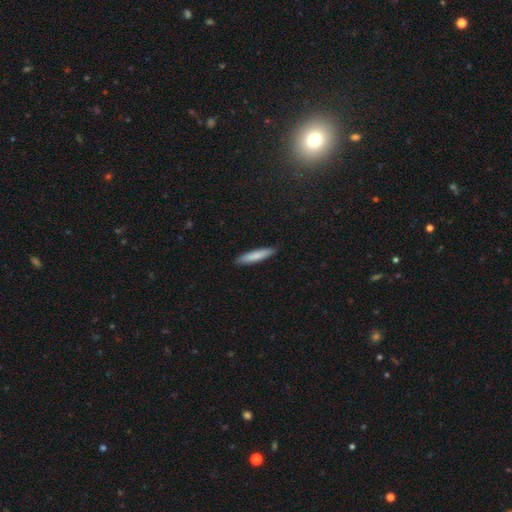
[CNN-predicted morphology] A smooth galaxy with no disk features (81%) that is cigar-shaped (90%). Merging: none (90%).